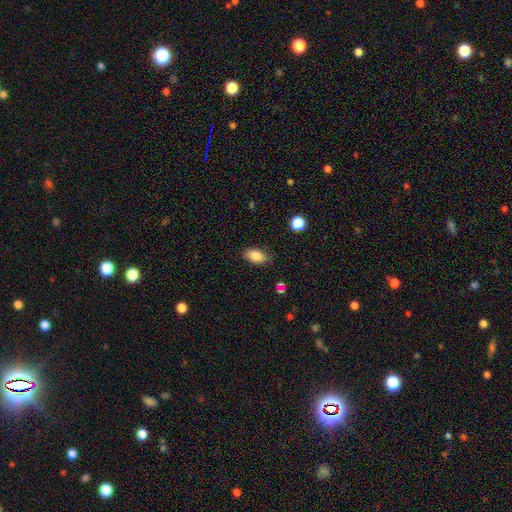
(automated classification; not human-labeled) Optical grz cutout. It shows a smooth galaxy with no disk features (86%) that is in between round and cigar-shaped (91%). Merging: none (82%).